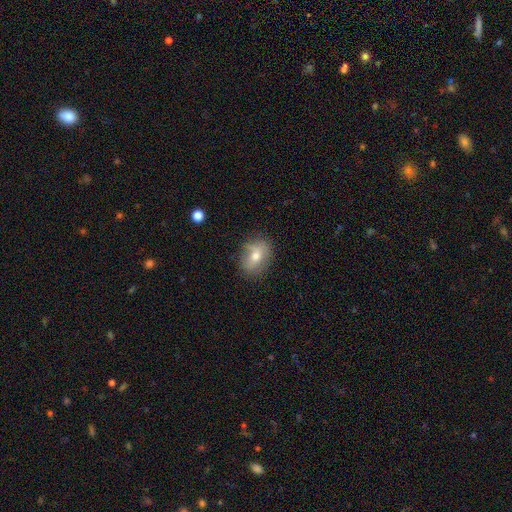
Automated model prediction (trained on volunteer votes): Smooth or featured: smooth — 65% (featured or disk — 26%)
How rounded: in between — 66% (round — 32%)
Merging: none — 74% (minor disturbance — 19%)